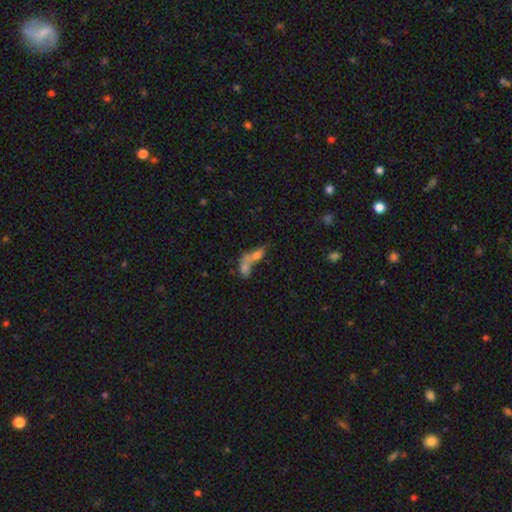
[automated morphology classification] This appears to be a smooth galaxy with no disk features (59%) that is in between round and cigar-shaped (62%). Merging: merger (69%).